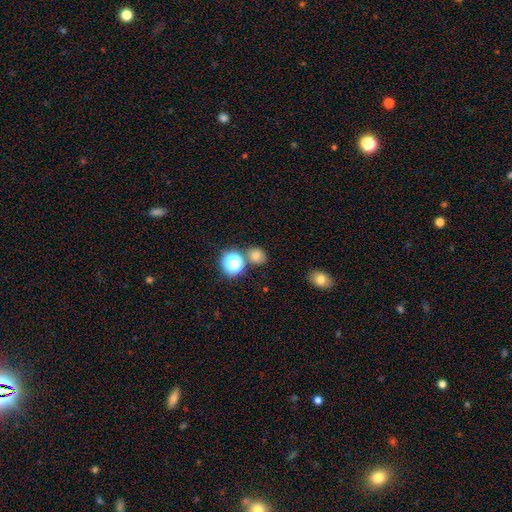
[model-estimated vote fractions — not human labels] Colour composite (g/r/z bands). It shows a smooth galaxy with no disk features (73%) that is round (75%). Merging: none (73%).